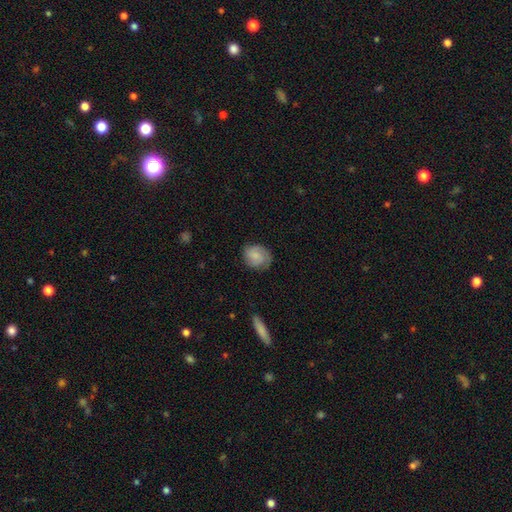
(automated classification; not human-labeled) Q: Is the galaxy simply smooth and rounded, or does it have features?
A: smooth — 60%.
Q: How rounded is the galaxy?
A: round — 60%.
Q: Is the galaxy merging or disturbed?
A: none — 72%.